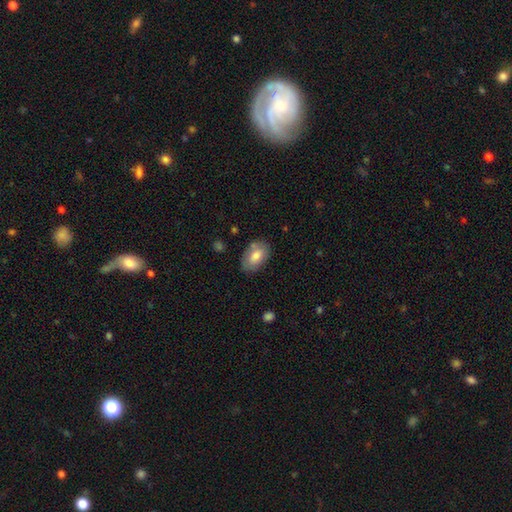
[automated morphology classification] smooth 76%, featured or disk 17%, star or artifact 7%. Down the decision tree: how rounded — in between (89%); merging — none (75%).